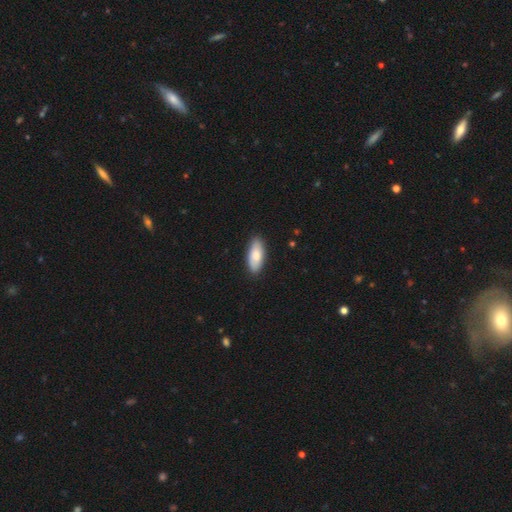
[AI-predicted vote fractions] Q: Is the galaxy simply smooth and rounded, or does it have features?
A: smooth — 82%.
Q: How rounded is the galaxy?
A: in between — 82%.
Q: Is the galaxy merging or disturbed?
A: none — 88%.